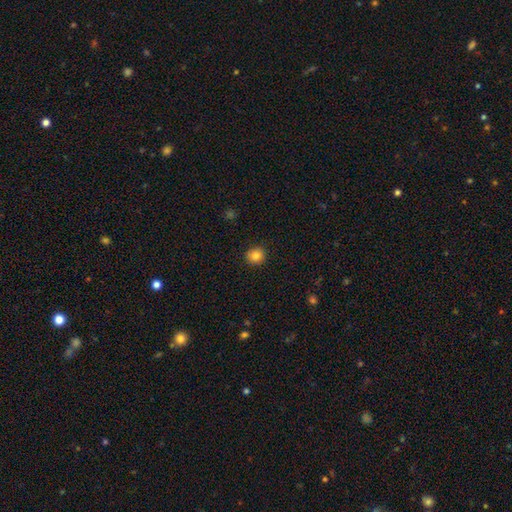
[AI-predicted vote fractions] Q: Smooth or featured?
A: smooth (84%); runner-up: star or artifact (11%)
Q: How rounded?
A: round (87%); runner-up: in between (12%)
Q: Merging?
A: none (91%); runner-up: minor disturbance (6%)